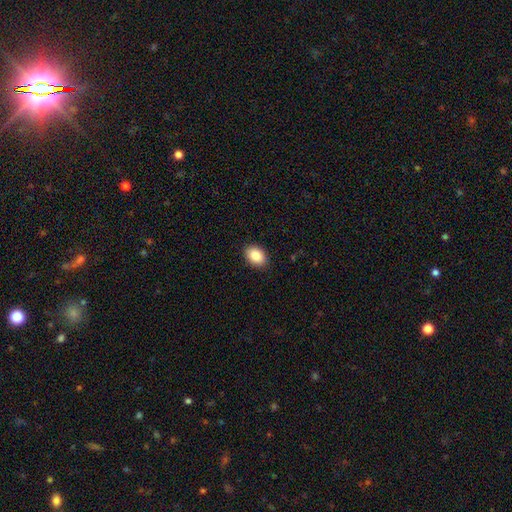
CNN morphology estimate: smooth 88%, star or artifact 7%, featured or disk 4%. Down the decision tree: how rounded — in between (81%); merging — none (89%).